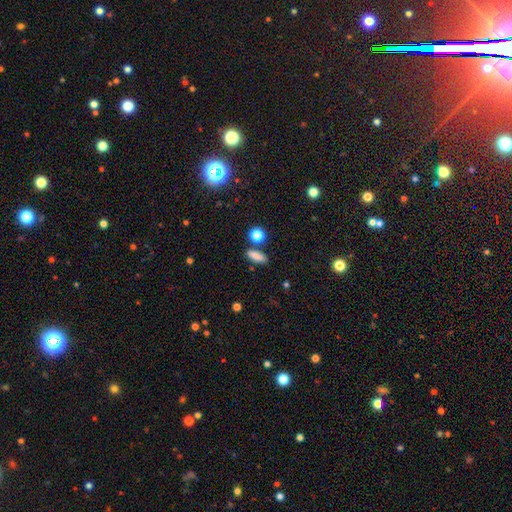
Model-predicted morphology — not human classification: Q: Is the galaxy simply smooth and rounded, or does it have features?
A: smooth — 82%.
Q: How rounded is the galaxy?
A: in between — 57%.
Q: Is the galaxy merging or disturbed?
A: none — 77%.